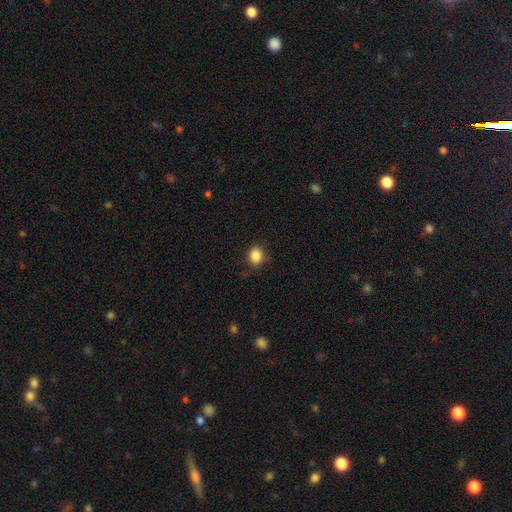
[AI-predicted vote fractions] smooth-or-featured: smooth: 86% | star or artifact: 10% | featured or disk: 4%
  how-rounded: round: 59% | in between: 40% | cigar-shaped: 1%
  merging: none: 78% | minor disturbance: 17% | major disturbance: 4% | merger: 1%